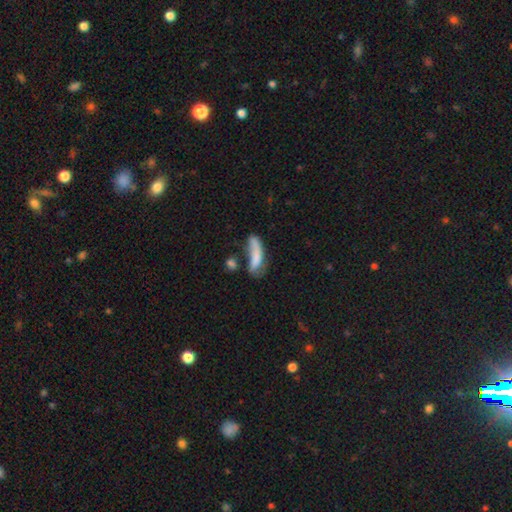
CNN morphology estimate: This appears to be a smooth galaxy with no disk features (68%) that is cigar-shaped (53%). Merging: major disturbance (29%).